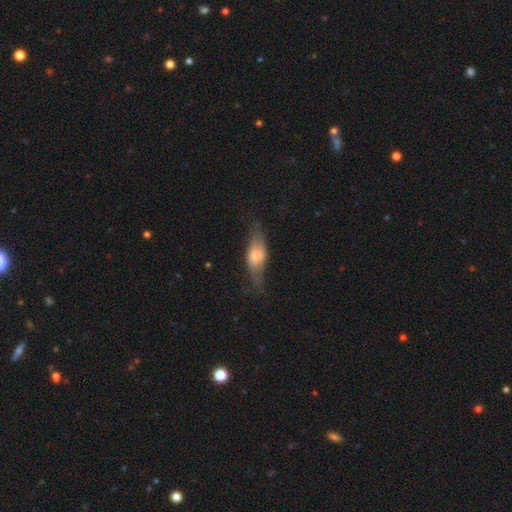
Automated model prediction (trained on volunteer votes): A smooth galaxy with no disk features (48%).

Vote fractions:
- Smooth or featured? smooth: 48% / featured or disk: 45% / star or artifact: 7%
- Merging? none: 54% / minor disturbance: 28% / major disturbance: 16% / merger: 2%